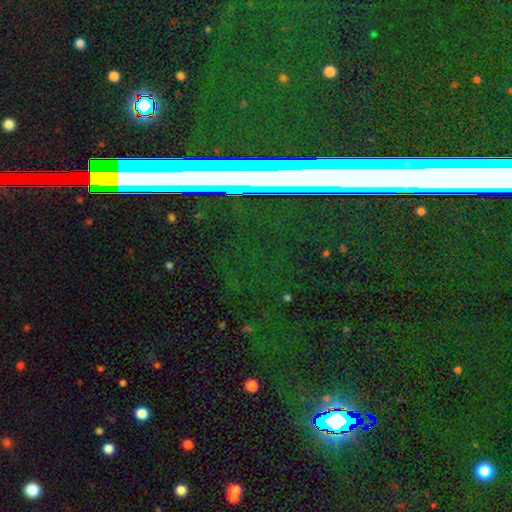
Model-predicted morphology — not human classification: Smooth or featured? Predicted: star or artifact (p=0.62).